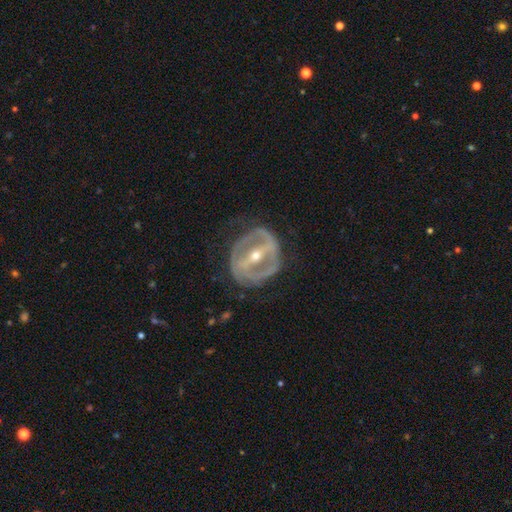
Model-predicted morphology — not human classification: A featured or disk galaxy (87%) with a strong bar (80%), 2 (66%) tight (50%) spiral arms (64%) and a small central bulge (53%). Merging: none (69%).